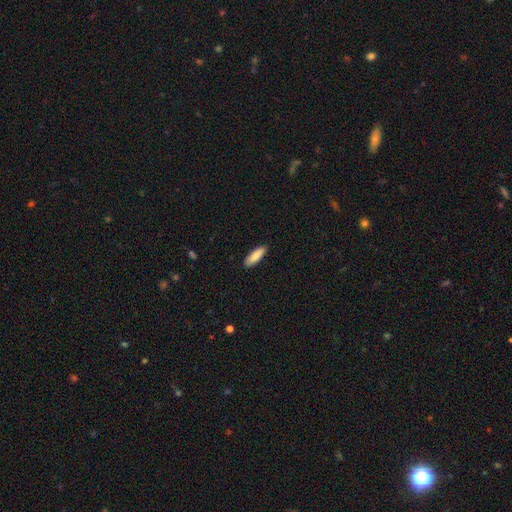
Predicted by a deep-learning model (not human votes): Overall: smooth (87%). How rounded: cigar-shaped (50%; in between 49%). Merging: none (88%).